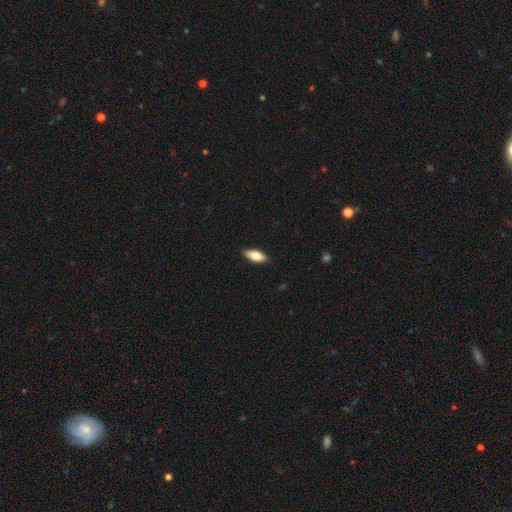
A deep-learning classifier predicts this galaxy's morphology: This is likely a smooth galaxy (71%). How rounded: likely in between (74%). Merging: clearly none (89%).